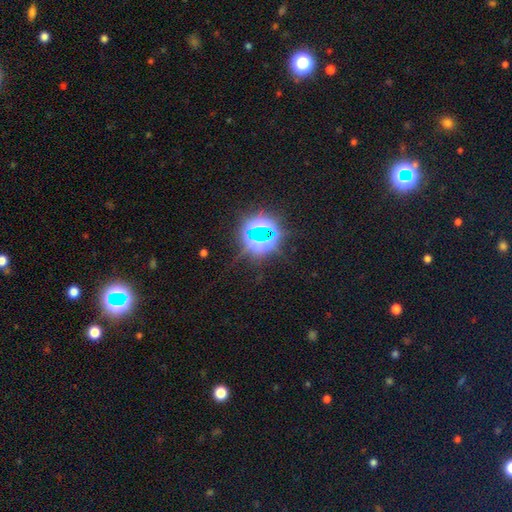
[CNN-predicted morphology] The model was most divided on "smooth or featured": star or artifact: 69%, smooth: 21%, featured or disk: 10%.